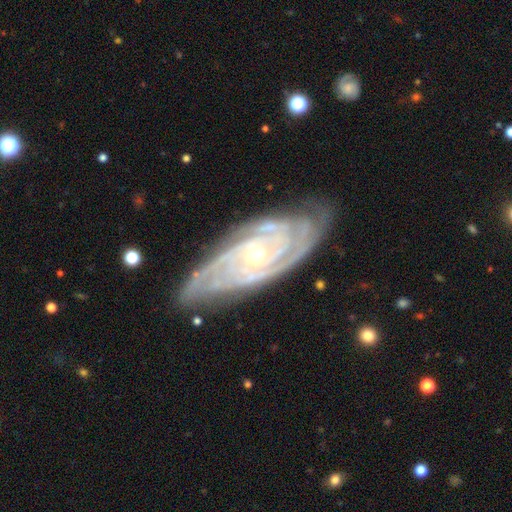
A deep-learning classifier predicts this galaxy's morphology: A featured or disk galaxy (92%) with no bar (65%), 3 (32%) tight (79%) spiral arms (98%) and a small central bulge (56%).

Vote fractions:
- Smooth or featured? featured or disk: 92% / star or artifact: 5% / smooth: 4%
- Edge-on disk? no: 94% / yes: 6%
- Bar? no: 65% / weak: 25% / strong: 11%
- Spiral arms? yes: 98% / no: 2%
- Spiral winding? tight: 79% / medium: 18% / loose: 2%
- Spiral arm count? 3: 32% / 4: 21% / 2: 18% / can't tell: 16% / more than 4: 7% / 1: 6%
- Bulge size? small: 56% / moderate: 41% / large: 1% / none: 1% / dominant: 1%
- Merging? none: 76% / minor disturbance: 18% / major disturbance: 5% / merger: 1%